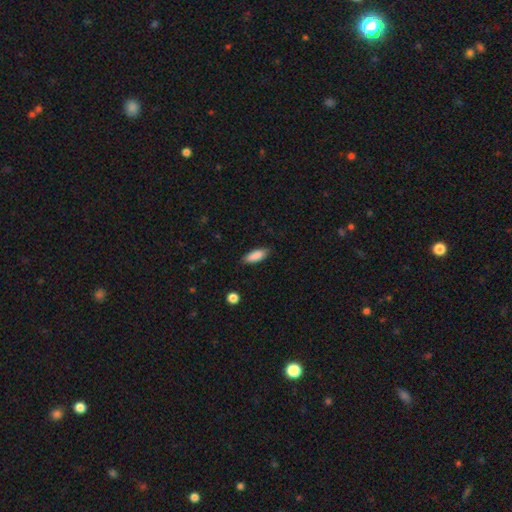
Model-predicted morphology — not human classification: A smooth galaxy with no disk features (88%) that is in between round and cigar-shaped (72%). Merging: none (83%).